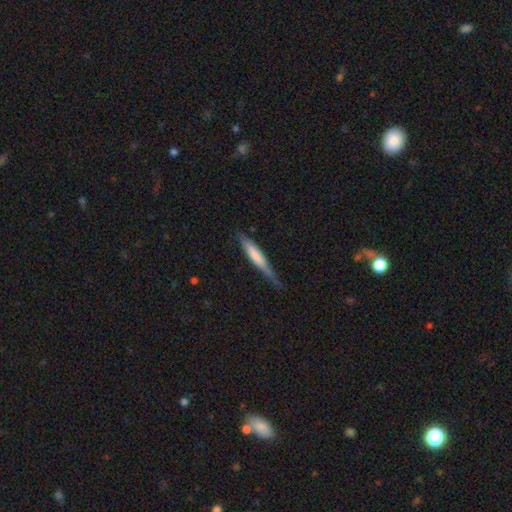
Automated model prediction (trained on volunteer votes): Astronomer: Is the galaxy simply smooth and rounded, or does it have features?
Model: smooth — 61%.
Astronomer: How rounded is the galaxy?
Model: cigar-shaped — 90%.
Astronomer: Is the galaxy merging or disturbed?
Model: none — 64%.